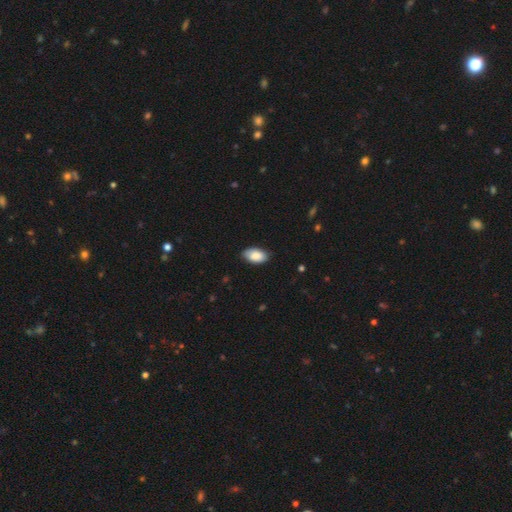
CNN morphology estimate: Overall: smooth (86%). How rounded: in between (95%). Merging: none (81%).